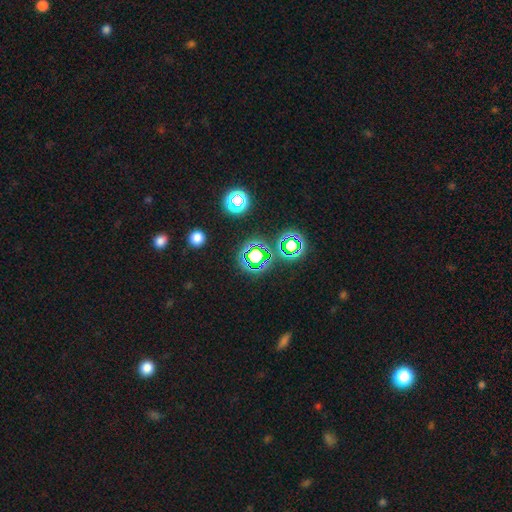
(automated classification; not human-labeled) Q: Smooth or featured?
A: star or artifact (68%); runner-up: smooth (21%)